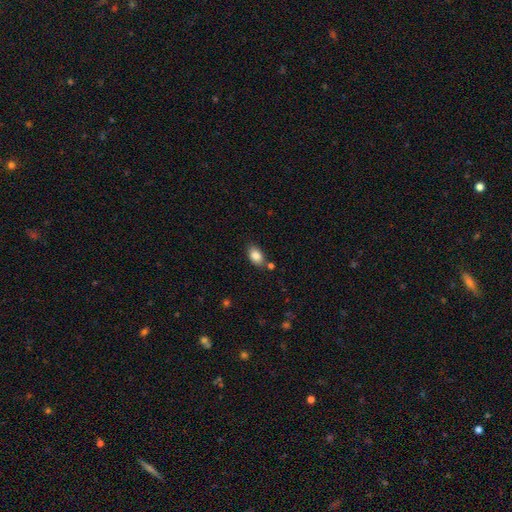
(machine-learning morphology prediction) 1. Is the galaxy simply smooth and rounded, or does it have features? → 86% smooth, 8% star or artifact, 6% featured or disk.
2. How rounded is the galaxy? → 89% in between, 9% round, 2% cigar-shaped.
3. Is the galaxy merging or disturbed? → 76% none, 14% minor disturbance, 7% merger, 3% major disturbance.